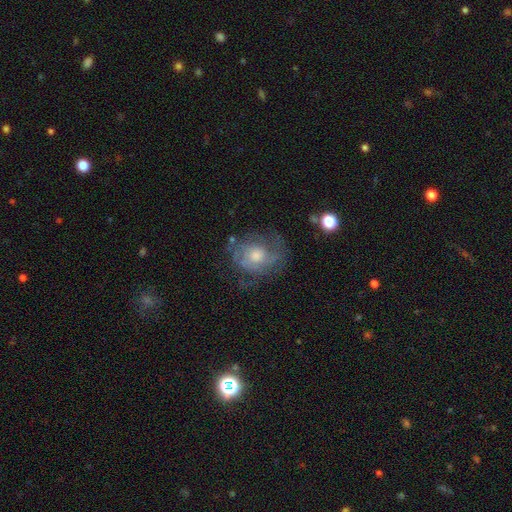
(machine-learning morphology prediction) smooth-or-featured: featured or disk: 63% | smooth: 26% | star or artifact: 11%
  disk-edge-on: no: 97% | yes: 3%
    bar: no: 79% | weak: 18% | strong: 3%
    has-spiral-arms: yes: 74% | no: 26%
    bulge-size: moderate: 60% | small: 24% | large: 12% | none: 3% | dominant: 1%
  merging: none: 63% | minor disturbance: 21% | major disturbance: 15% | merger: 2%